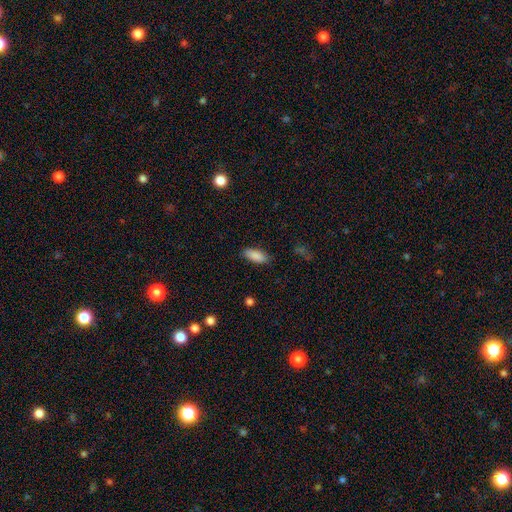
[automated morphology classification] Smooth or featured?
  - smooth: 89% *
  - star or artifact: 7%
  - featured or disk: 4%
How rounded?
  - in between: 82% *
  - cigar-shaped: 16%
  - round: 2%
Merging?
  - none: 86% *
  - minor disturbance: 10%
  - major disturbance: 2%
  - merger: 1%